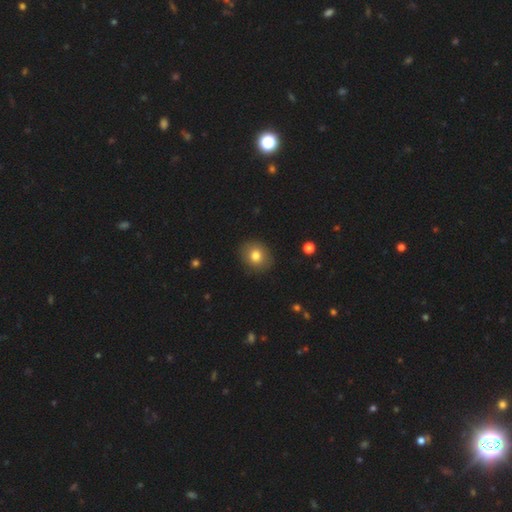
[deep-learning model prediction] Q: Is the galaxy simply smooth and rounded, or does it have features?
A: smooth — 79%.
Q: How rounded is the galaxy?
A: round — 66%.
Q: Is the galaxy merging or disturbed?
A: none — 89%.